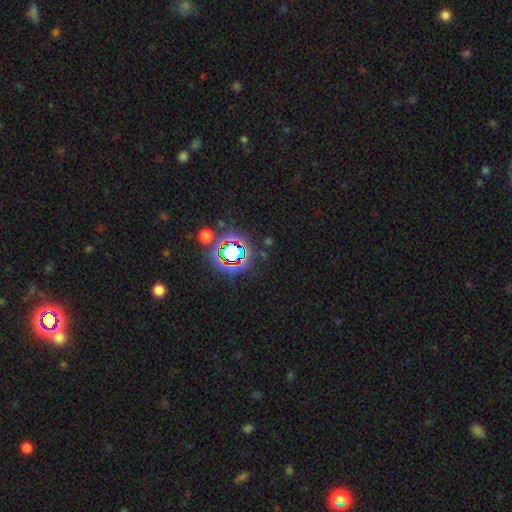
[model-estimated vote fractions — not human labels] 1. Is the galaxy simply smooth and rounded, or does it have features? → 78% star or artifact, 13% smooth, 9% featured or disk.